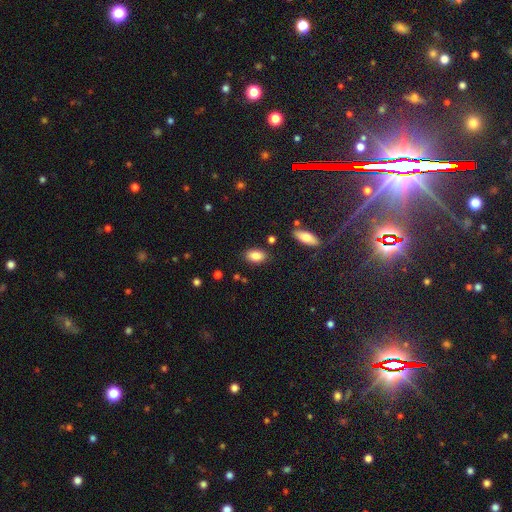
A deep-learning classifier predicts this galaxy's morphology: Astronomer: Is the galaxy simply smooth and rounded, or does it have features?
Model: smooth — 87%.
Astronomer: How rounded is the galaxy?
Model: in between — 91%.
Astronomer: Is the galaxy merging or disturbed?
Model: none — 84%.